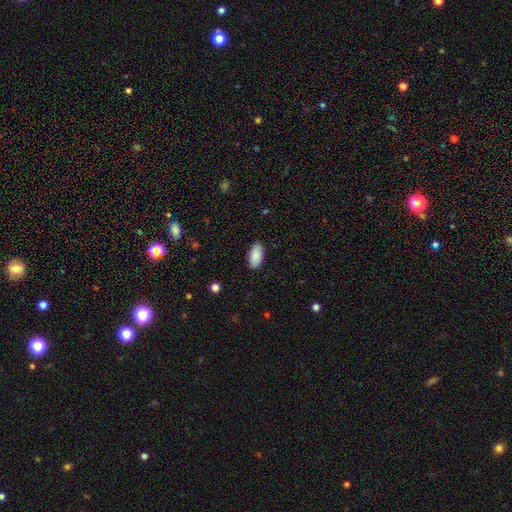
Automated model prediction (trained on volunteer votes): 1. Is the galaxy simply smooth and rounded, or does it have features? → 89% smooth, 6% star or artifact, 5% featured or disk.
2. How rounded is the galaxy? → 94% in between, 4% cigar-shaped, 2% round.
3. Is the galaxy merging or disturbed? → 87% none, 10% minor disturbance, 2% major disturbance, 1% merger.